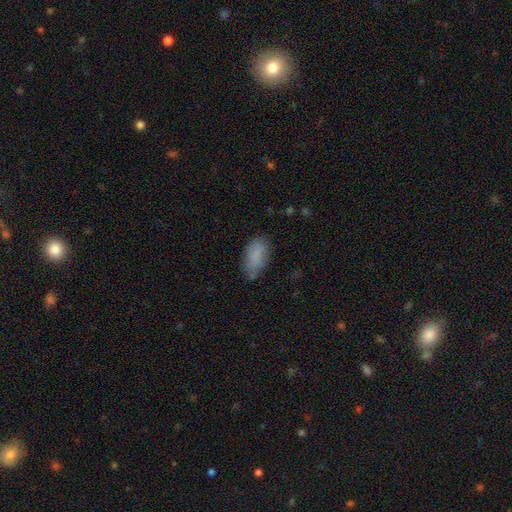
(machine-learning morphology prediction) Smooth or featured? Predicted: smooth (p=0.84). How rounded? Predicted: in between (p=0.92). Merging? Predicted: none (p=0.66).